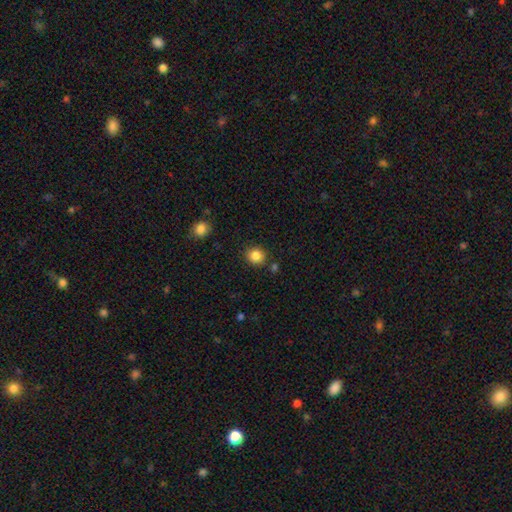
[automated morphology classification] The model was most divided on "smooth or featured": smooth: 86%, star or artifact: 10%, featured or disk: 4%. More confident: how rounded — round (88%); merging — none (86%).